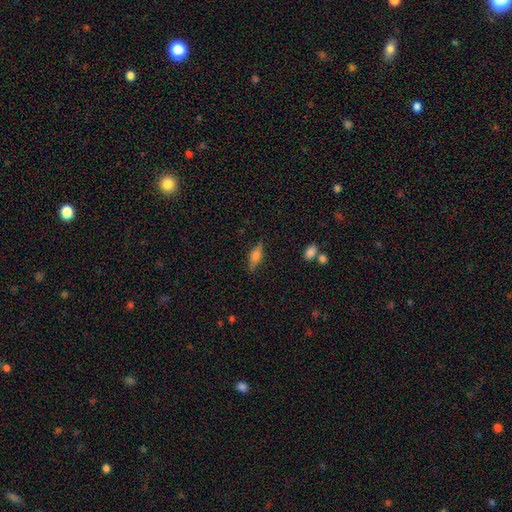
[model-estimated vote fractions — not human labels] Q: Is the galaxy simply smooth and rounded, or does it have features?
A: smooth — 51%.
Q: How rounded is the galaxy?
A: in between — 59%.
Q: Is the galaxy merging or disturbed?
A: none — 81%.